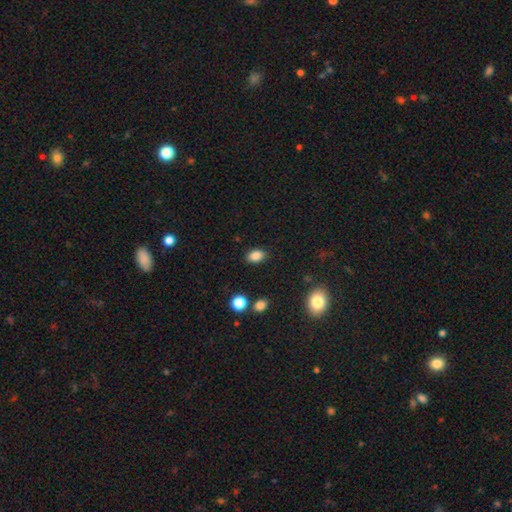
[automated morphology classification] A smooth galaxy with no disk features (86%) that is in between round and cigar-shaped (82%).

Vote fractions:
- Smooth or featured? smooth: 86% / star or artifact: 10% / featured or disk: 4%
- How rounded? in between: 82% / round: 17% / cigar-shaped: 1%
- Merging? none: 86% / minor disturbance: 10% / major disturbance: 3% / merger: 2%